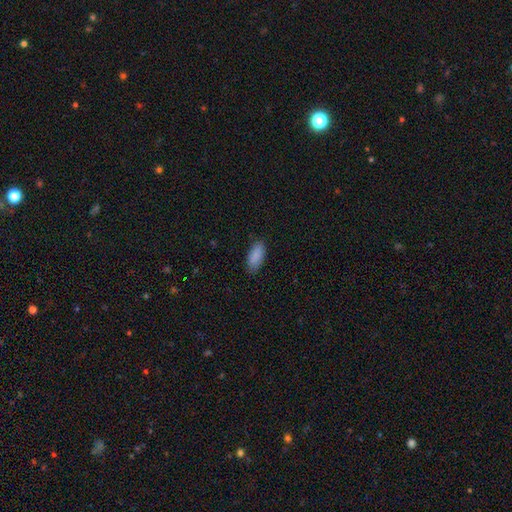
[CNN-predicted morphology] smooth 89%, star or artifact 6%, featured or disk 4%. Down the decision tree: how rounded — in between (87%); merging — none (84%).